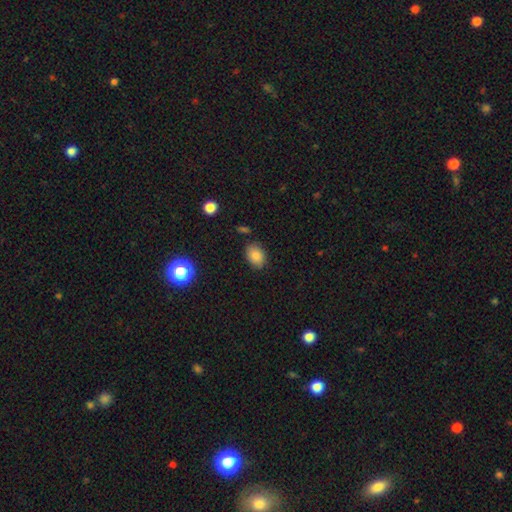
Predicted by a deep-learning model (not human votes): The model was most divided on "how rounded": in between: 71%, round: 28%, cigar-shaped: 1%. More confident: smooth or featured — smooth (84%); merging — none (80%).